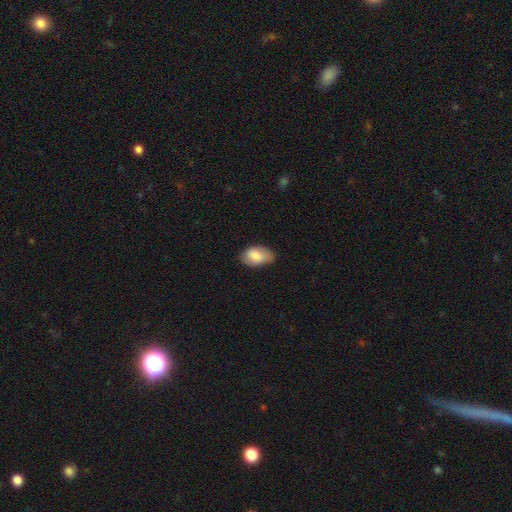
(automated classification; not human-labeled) This is clearly a smooth galaxy (83%). How rounded: clearly in between (92%). Merging: likely none (70%).